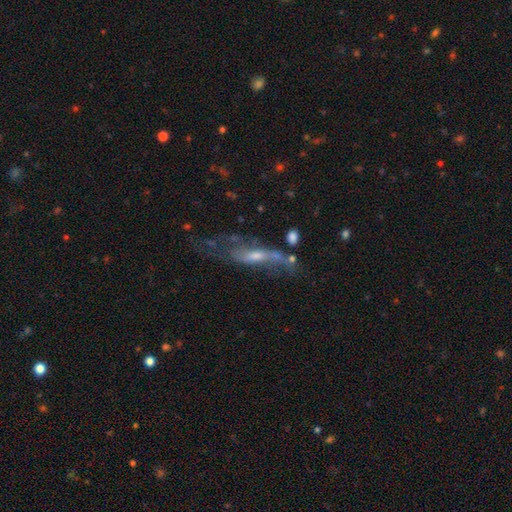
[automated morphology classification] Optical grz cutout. It shows a featured or disk galaxy (65%). Merging: none (36%).